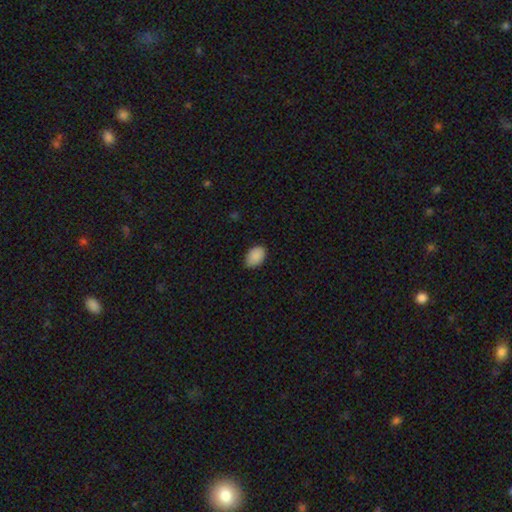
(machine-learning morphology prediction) A smooth galaxy with no disk features (89%) that is in between round and cigar-shaped (86%).

Vote fractions:
- Smooth or featured? smooth: 89% / star or artifact: 7% / featured or disk: 4%
- How rounded? in between: 86% / round: 13% / cigar-shaped: 1%
- Merging? none: 78% / minor disturbance: 18% / major disturbance: 2% / merger: 1%